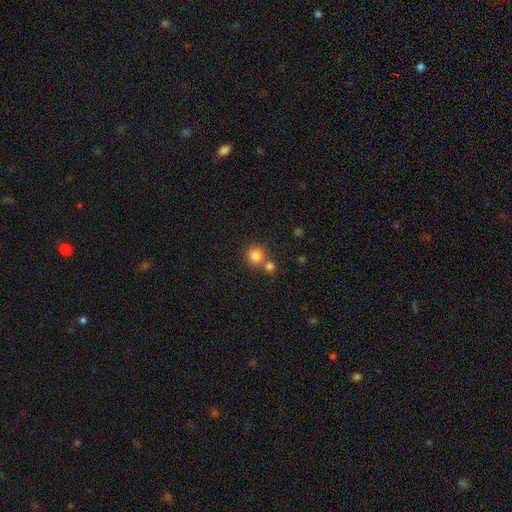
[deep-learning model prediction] Morphology: type=smooth (83%); roundness=round (90%); merging=none (60%).